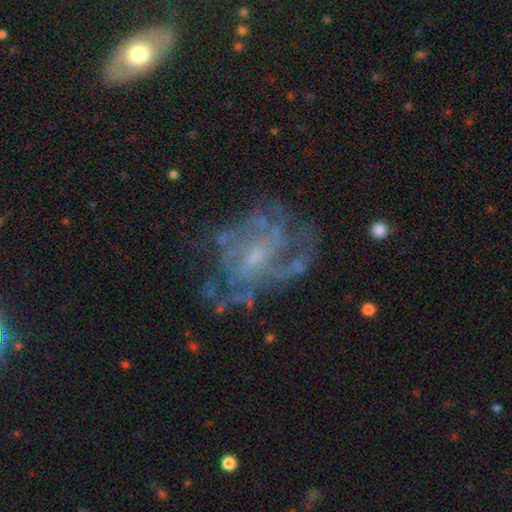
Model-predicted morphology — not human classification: featured or disk 80%, star or artifact 10%, smooth 10%. Down the decision tree: edge-on disk — no (97%); bar — no (58%); spiral arms — yes (74%); spiral arm count — can't tell (50%); spiral winding — tight (41%); bulge size — small (57%); merging — none (57%).